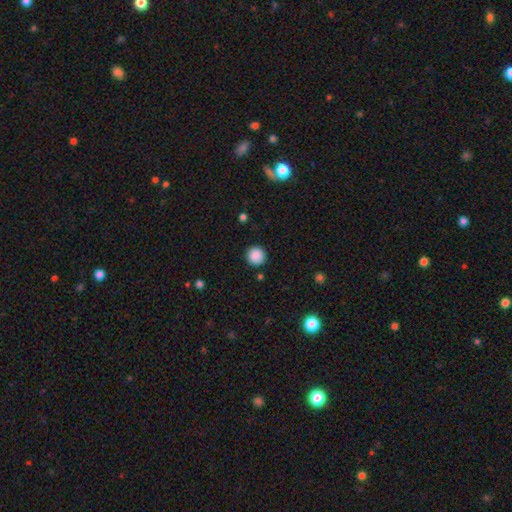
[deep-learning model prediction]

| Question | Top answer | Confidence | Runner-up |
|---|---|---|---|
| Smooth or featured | smooth | 88% | star or artifact (9%) |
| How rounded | round | 94% | in between (5%) |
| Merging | none | 90% | minor disturbance (7%) |